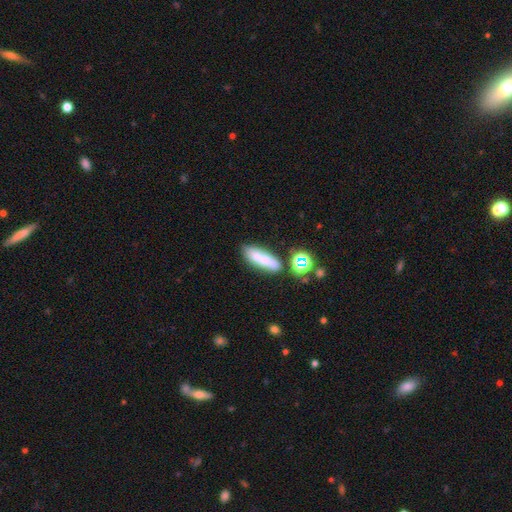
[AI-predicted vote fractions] Morphology: type=smooth (59%); roundness=in between (56%); merging=none (48%).